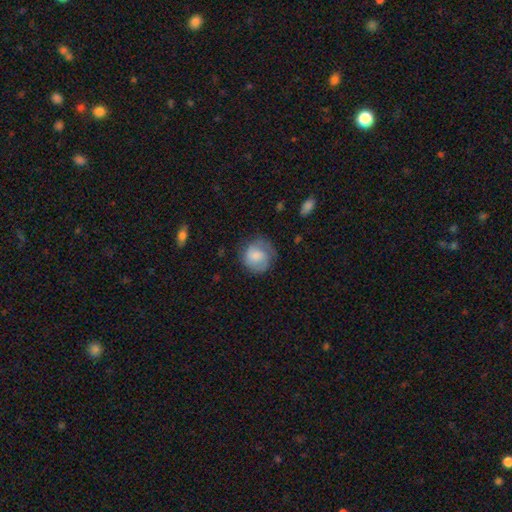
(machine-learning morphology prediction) A smooth galaxy with no disk features (61%) that is round (83%). Merging: none (62%).